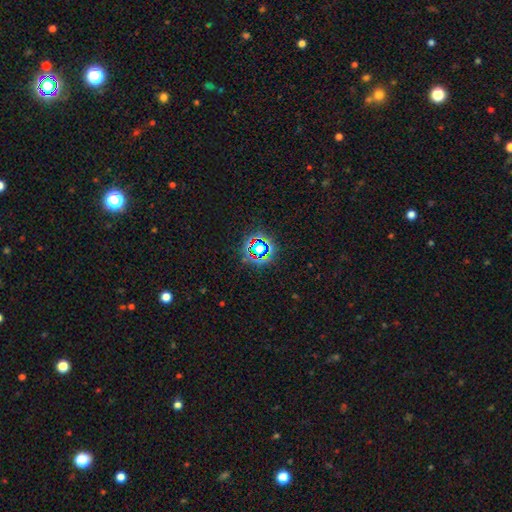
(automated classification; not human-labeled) Morphology: type=star or artifact (76%).